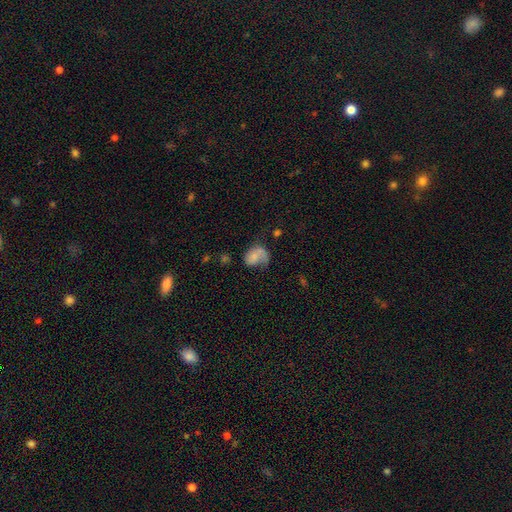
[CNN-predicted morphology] Overall: smooth (53%; featured or disk 38%). How rounded: in between (68%; round 31%). Merging: major disturbance (36%; none 32%).